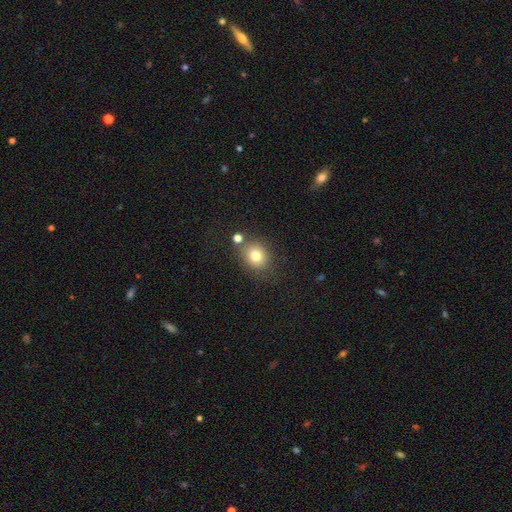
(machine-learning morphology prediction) A smooth galaxy with no disk features (78%) that is round (70%). Merging: none (71%).